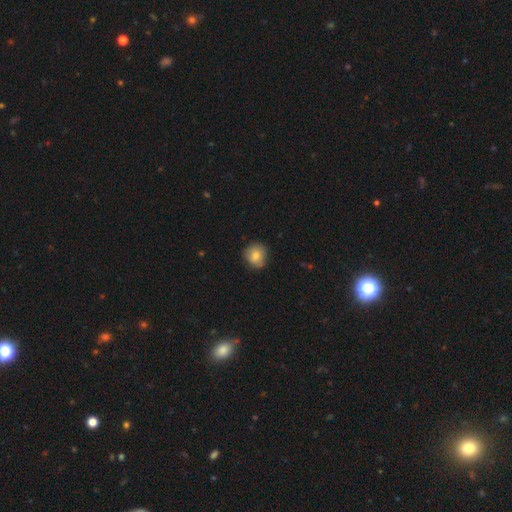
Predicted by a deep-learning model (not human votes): smooth 79%, featured or disk 12%, star or artifact 9%. Down the decision tree: how rounded — round (85%); merging — none (78%).